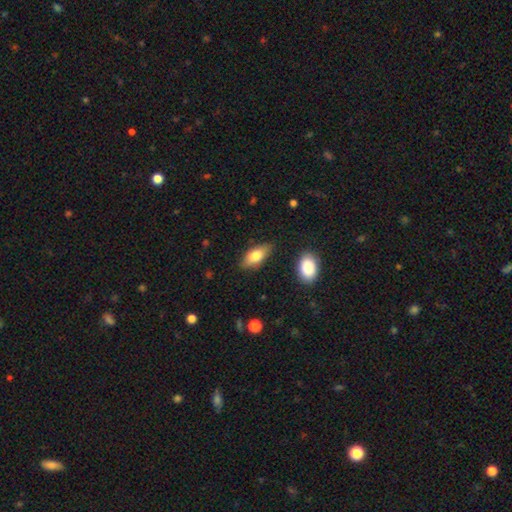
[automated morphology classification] smooth_or_featured: smooth (p=0.77) [alt: featured or disk p=0.17]
how_rounded: in between (p=0.84) [alt: cigar-shaped p=0.13]
merging: none (p=0.82) [alt: minor disturbance p=0.13]